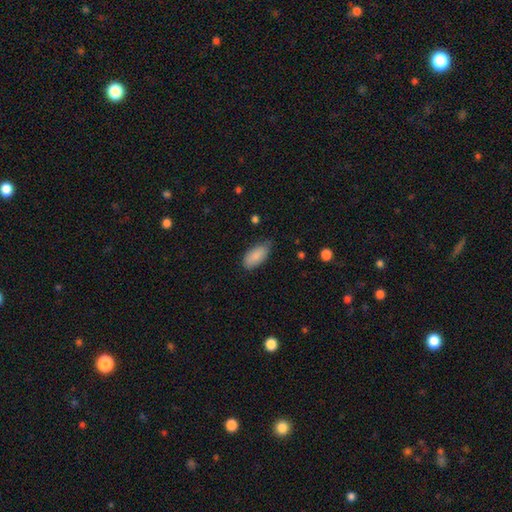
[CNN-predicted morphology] A smooth galaxy with no disk features (88%) that is in between round and cigar-shaped (92%). Merging: none (71%).